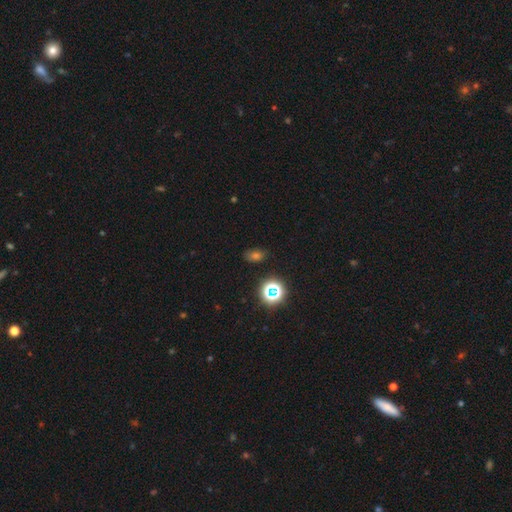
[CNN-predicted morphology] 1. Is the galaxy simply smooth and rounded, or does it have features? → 54% smooth, 35% star or artifact, 10% featured or disk.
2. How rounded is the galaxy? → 70% in between, 28% round, 2% cigar-shaped.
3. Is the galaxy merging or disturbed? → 84% none, 10% minor disturbance, 3% major disturbance, 3% merger.